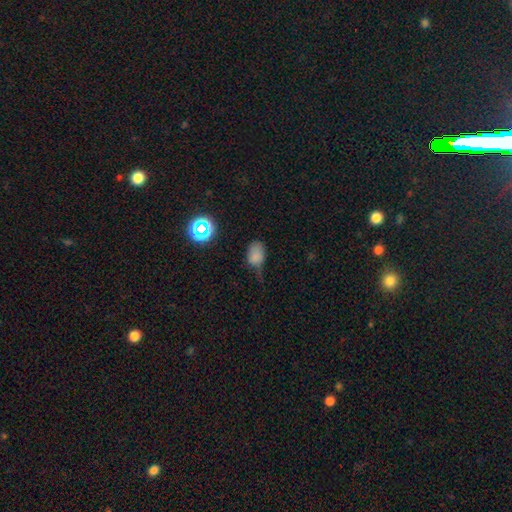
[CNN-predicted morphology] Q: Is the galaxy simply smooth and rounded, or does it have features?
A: smooth — 76%.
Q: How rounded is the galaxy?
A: in between — 80%.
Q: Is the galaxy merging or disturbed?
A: minor disturbance — 40%.